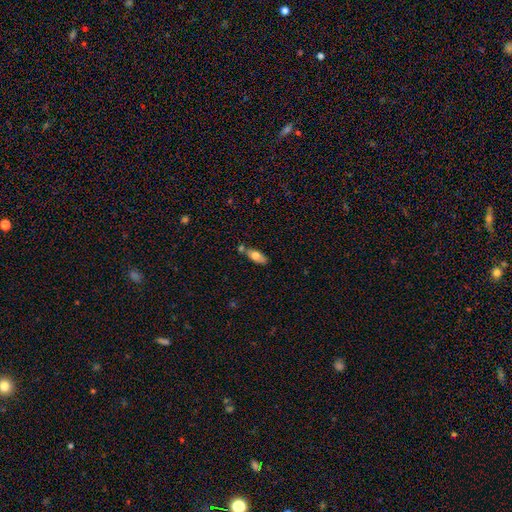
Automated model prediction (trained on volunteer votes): Smooth or featured: smooth — 71% (featured or disk — 22%)
How rounded: in between — 79% (cigar-shaped — 18%)
Merging: none — 62% (merger — 17%)